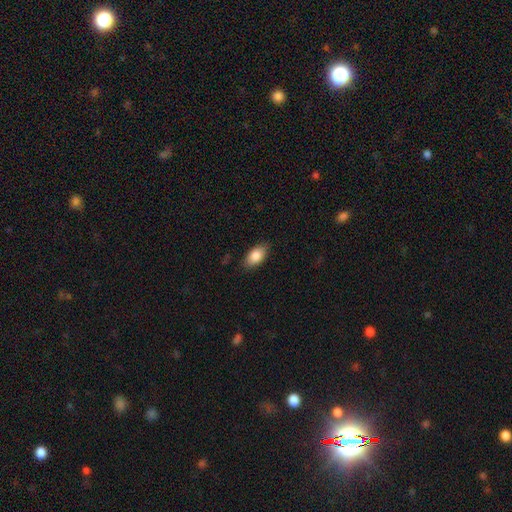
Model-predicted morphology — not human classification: smooth 85%, featured or disk 8%, star or artifact 7%. Down the decision tree: how rounded — in between (92%); merging — none (84%).